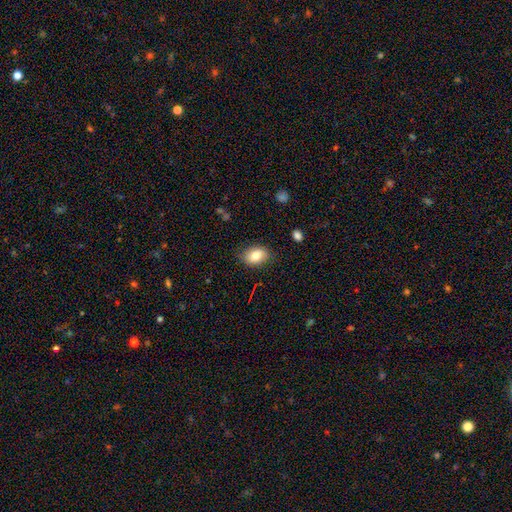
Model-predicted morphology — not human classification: The model was most divided on "how rounded": in between: 79%, round: 20%, cigar-shaped: 1%. More confident: merging — none (83%); smooth or featured — smooth (80%).